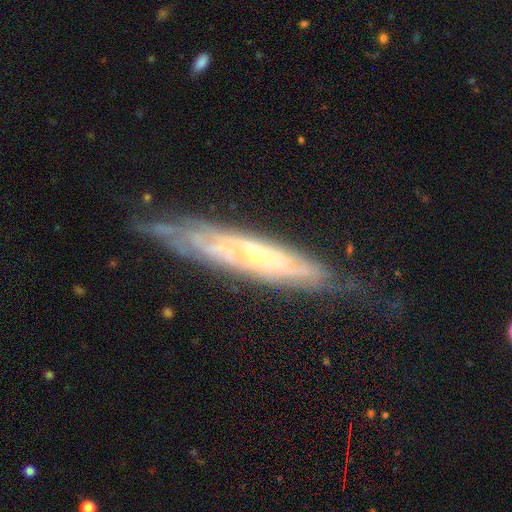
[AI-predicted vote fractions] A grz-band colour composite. It shows a featured or disk galaxy (80%). Merging: none (66%).